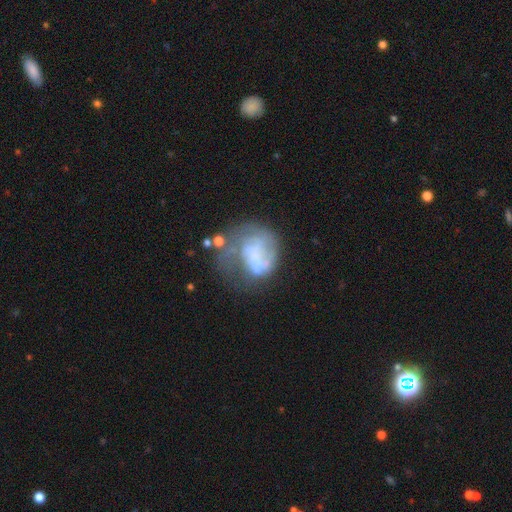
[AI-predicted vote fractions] Overall: featured or disk (57%; smooth 33%). Edge-on disk: no (98%). Bar: no (80%). Spiral arms: no (58%; yes 42%). Bulge size: none (59%). Merging: major disturbance (38%; none 31%).